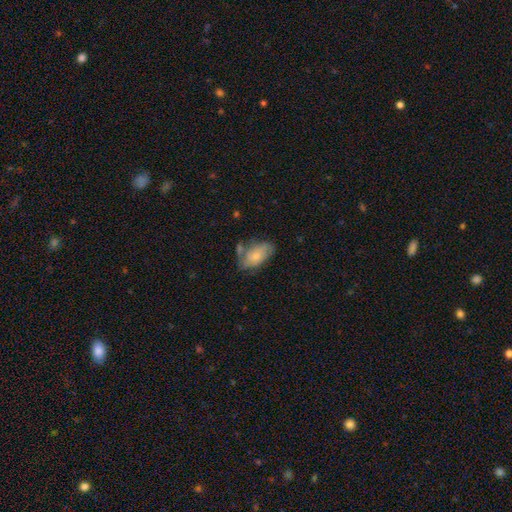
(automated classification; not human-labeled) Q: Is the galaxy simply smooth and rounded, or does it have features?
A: smooth — 64%.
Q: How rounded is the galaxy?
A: in between — 92%.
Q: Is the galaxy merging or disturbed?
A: none — 49%.